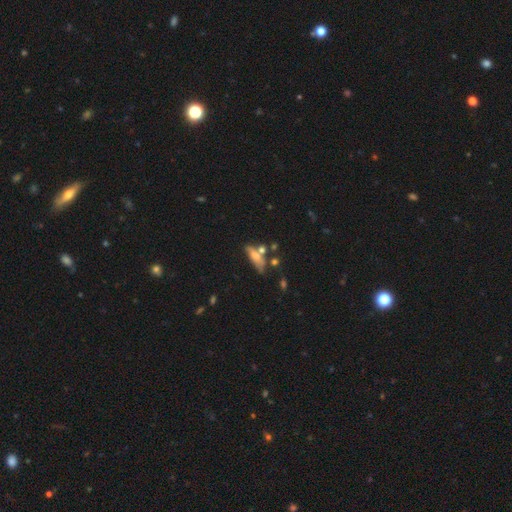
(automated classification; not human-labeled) Smooth or featured?
  - smooth: 57% *
  - featured or disk: 32%
  - star or artifact: 11%
How rounded?
  - cigar-shaped: 49% *
  - in between: 47%
  - round: 5%
Merging?
  - none: 44% *
  - merger: 24%
  - minor disturbance: 21%
  - major disturbance: 12%